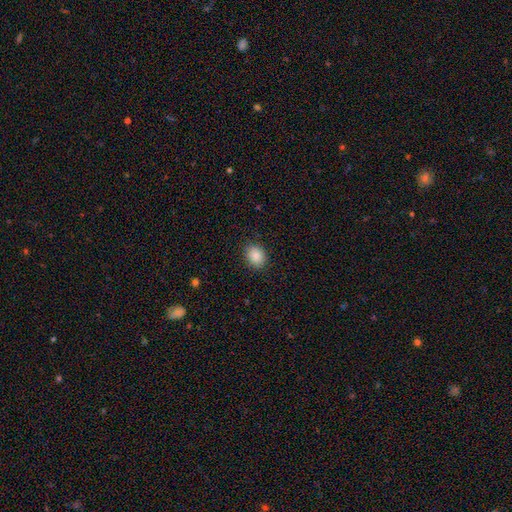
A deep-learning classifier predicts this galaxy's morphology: smooth-or-featured: smooth: 88% | star or artifact: 8% | featured or disk: 4%
  how-rounded: in between: 52% | round: 47% | cigar-shaped: 1%
  merging: none: 88% | minor disturbance: 8% | major disturbance: 2% | merger: 1%